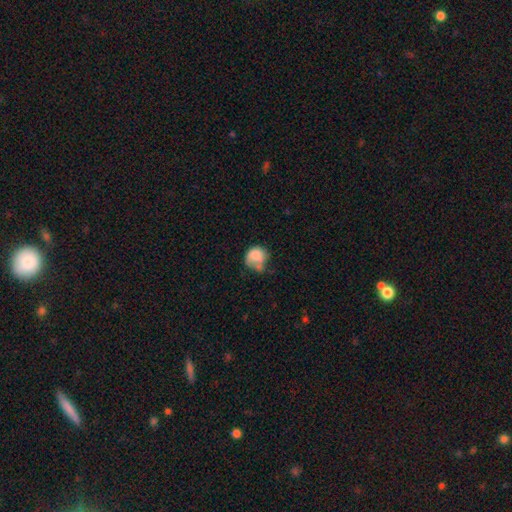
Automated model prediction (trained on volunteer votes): Smooth or featured?
  - smooth: 75% *
  - featured or disk: 16%
  - star or artifact: 9%
How rounded?
  - round: 67% *
  - in between: 32%
  - cigar-shaped: 1%
Merging?
  - none: 32% *
  - minor disturbance: 30%
  - major disturbance: 22%
  - merger: 16%